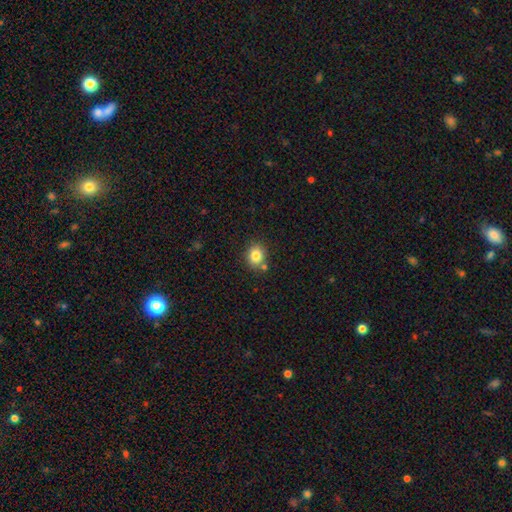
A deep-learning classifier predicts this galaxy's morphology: This appears to be a smooth galaxy with no disk features (82%) that is round (65%). Merging: none (77%).